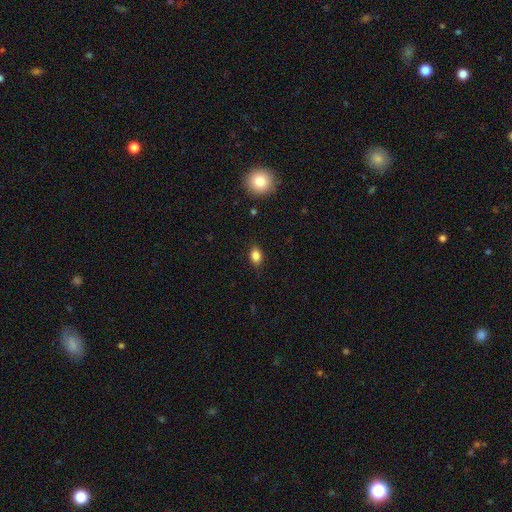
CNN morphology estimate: smooth-or-featured: smooth: 84% | star or artifact: 10% | featured or disk: 5%
  how-rounded: in between: 80% | round: 18% | cigar-shaped: 2%
  merging: none: 83% | minor disturbance: 13% | major disturbance: 3% | merger: 1%